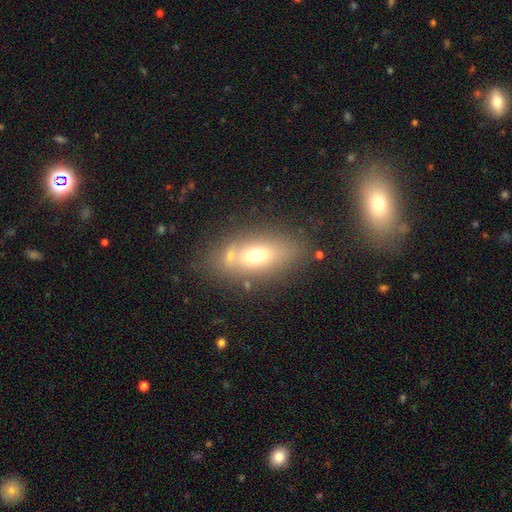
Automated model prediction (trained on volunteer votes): Morphology: type=smooth (61%); roundness=in between (77%); merging=none (60%).